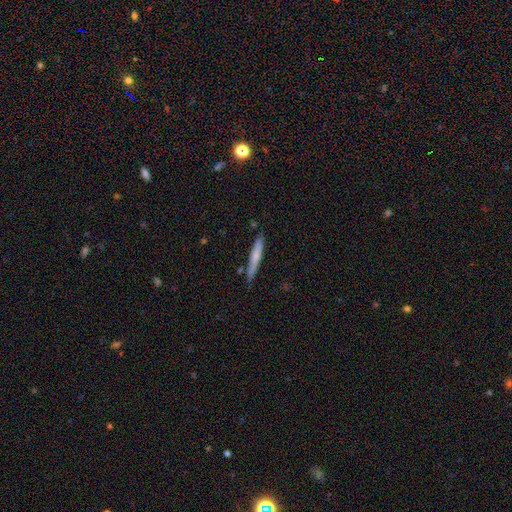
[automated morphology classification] Smooth or featured? smooth (62%)
How rounded? cigar-shaped (94%)
Merging? none (77%)